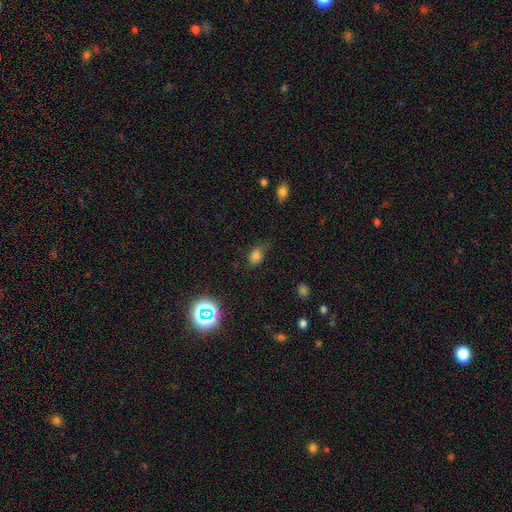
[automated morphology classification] This appears to be a smooth galaxy with no disk features (76%) that is in between round and cigar-shaped (80%). Merging: none (67%).